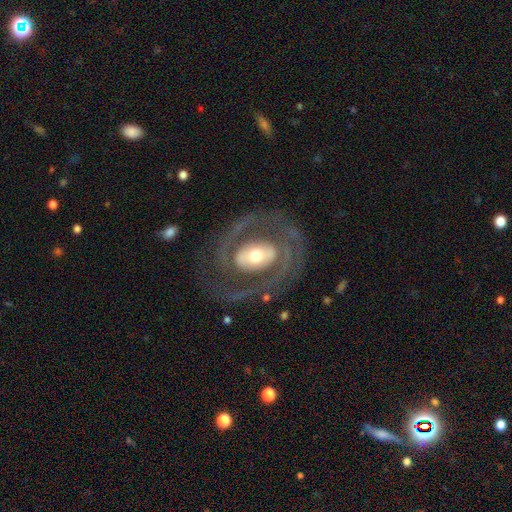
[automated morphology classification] Q: Smooth or featured?
A: featured or disk (85%); runner-up: smooth (11%)
Q: Edge-on disk?
A: no (96%); runner-up: yes (4%)
Q: Bar?
A: no (39%); runner-up: weak (31%)
Q: Spiral arms?
A: yes (85%); runner-up: no (15%)
Q: Spiral winding?
A: tight (44%); runner-up: medium (42%)
Q: Spiral arm count?
A: 2 (76%); runner-up: can't tell (10%)
Q: Bulge size?
A: moderate (59%); runner-up: small (23%)
Q: Merging?
A: none (71%); runner-up: major disturbance (14%)